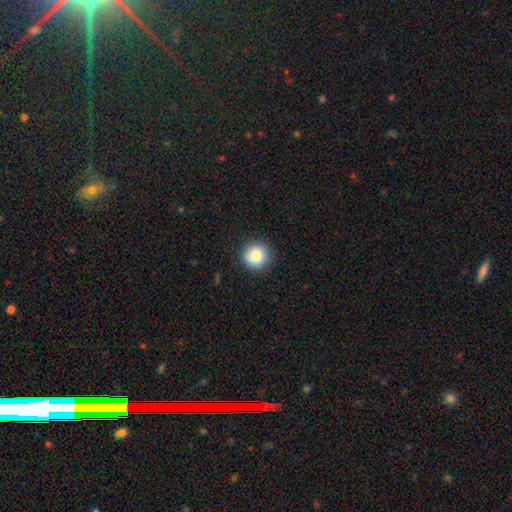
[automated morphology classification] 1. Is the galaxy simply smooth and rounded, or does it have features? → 86% smooth, 9% star or artifact, 5% featured or disk.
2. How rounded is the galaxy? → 94% round, 5% in between, 1% cigar-shaped.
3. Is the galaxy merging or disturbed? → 88% none, 8% minor disturbance, 2% major disturbance, 1% merger.